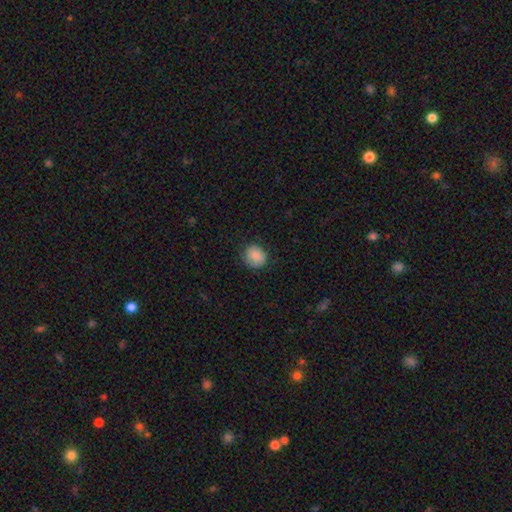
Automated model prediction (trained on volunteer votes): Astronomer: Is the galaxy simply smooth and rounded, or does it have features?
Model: smooth — 85%.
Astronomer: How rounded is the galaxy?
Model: round — 78%.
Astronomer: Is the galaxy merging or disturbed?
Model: none — 76%.